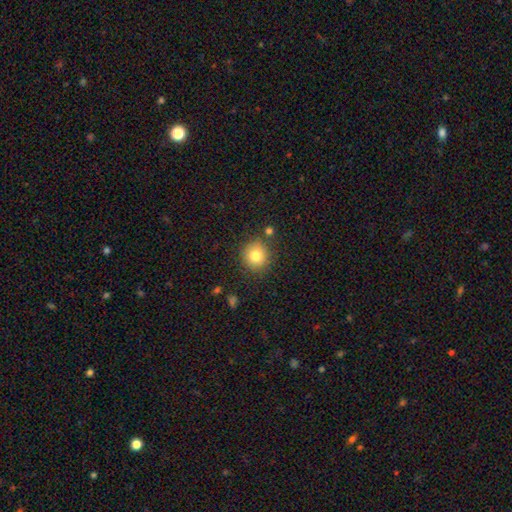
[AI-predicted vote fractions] This appears to be a smooth galaxy with no disk features (79%) that is round (88%). Merging: none (83%).